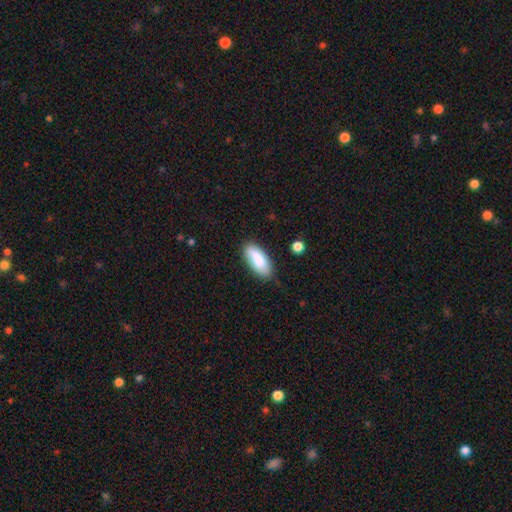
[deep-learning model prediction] smooth-or-featured: smooth: 82% | featured or disk: 11% | star or artifact: 6%
  how-rounded: in between: 84% | cigar-shaped: 14% | round: 2%
  merging: none: 78% | minor disturbance: 17% | major disturbance: 3% | merger: 2%